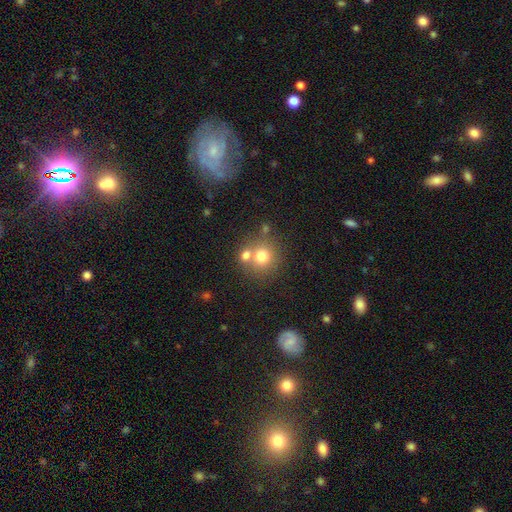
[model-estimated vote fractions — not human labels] smooth 63%, featured or disk 19%, star or artifact 18%. Down the decision tree: how rounded — round (88%); merging — none (59%).